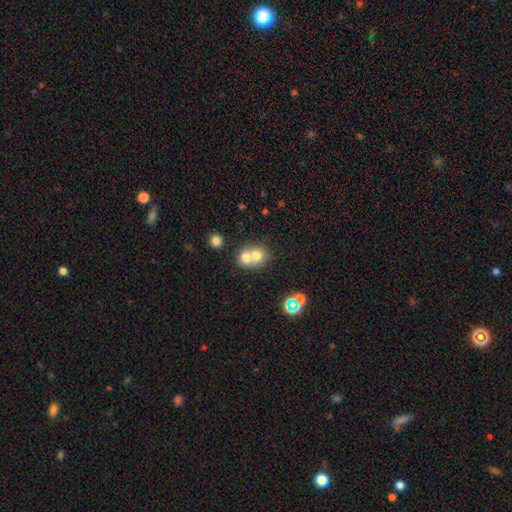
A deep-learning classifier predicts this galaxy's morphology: Smooth or featured? Predicted: smooth (p=0.70). How rounded? Predicted: round (p=0.74). Merging? Predicted: merger (p=0.63).